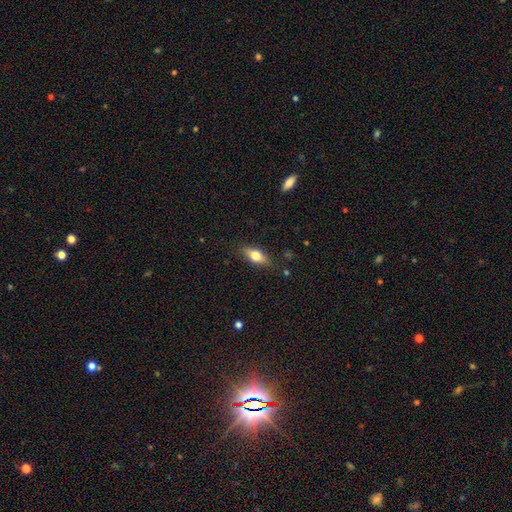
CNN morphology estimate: This appears to be a smooth galaxy with no disk features (63%) that is in between round and cigar-shaped (72%). Merging: none (83%).